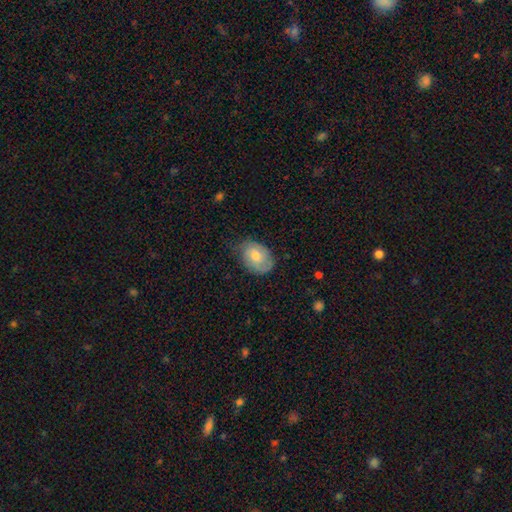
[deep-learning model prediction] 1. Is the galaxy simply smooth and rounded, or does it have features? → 63% smooth, 30% featured or disk, 7% star or artifact.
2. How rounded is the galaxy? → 76% in between, 23% round, 1% cigar-shaped.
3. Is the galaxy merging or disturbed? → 58% none, 33% minor disturbance, 8% major disturbance, 1% merger.